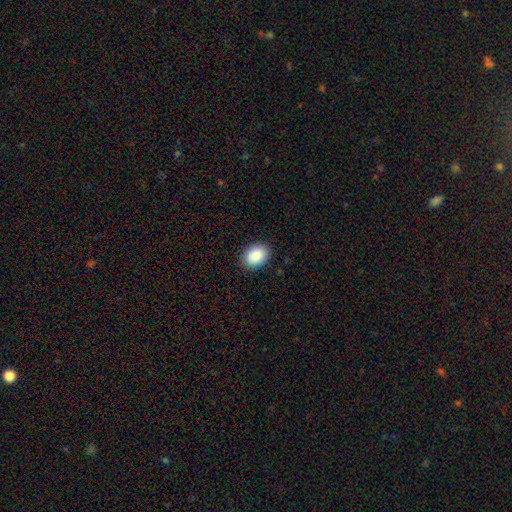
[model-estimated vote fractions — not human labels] Overall: smooth (90%). How rounded: in between (73%). Merging: none (89%).